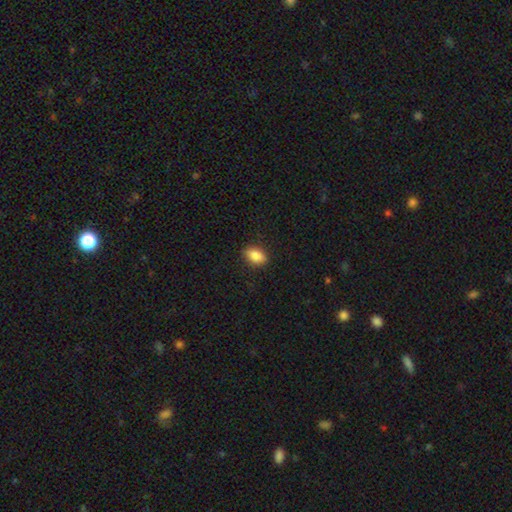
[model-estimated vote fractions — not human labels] A smooth galaxy with no disk features (85%) that is in between round and cigar-shaped (84%).

Vote fractions:
- Smooth or featured? smooth: 85% / star or artifact: 8% / featured or disk: 7%
- How rounded? in between: 84% / round: 12% / cigar-shaped: 3%
- Merging? none: 88% / minor disturbance: 9% / major disturbance: 2% / merger: 1%